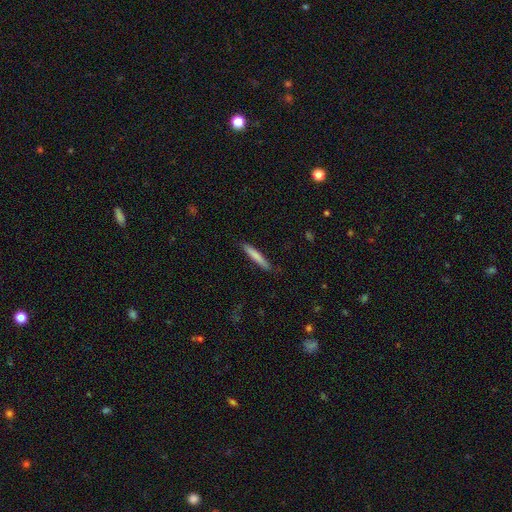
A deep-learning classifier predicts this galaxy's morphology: The model was most divided on "smooth or featured": smooth: 77%, featured or disk: 18%, star or artifact: 6%. More confident: how rounded — cigar-shaped (94%); merging — none (85%).